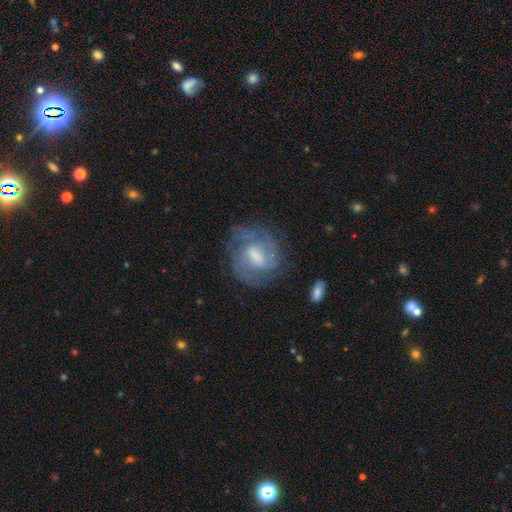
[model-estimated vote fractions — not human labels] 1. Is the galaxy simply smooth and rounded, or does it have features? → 77% featured or disk, 16% smooth, 7% star or artifact.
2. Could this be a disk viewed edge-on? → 97% no, 3% yes.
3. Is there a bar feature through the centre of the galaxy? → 55% weak, 25% strong, 20% no.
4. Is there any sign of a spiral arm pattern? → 91% yes, 9% no.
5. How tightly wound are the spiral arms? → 50% tight, 39% medium, 11% loose.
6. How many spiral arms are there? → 44% 2, 27% can't tell, 17% 3, 5% 4, 4% 1, 3% more than 4.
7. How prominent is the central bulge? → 46% moderate, 23% small, 16% large, 14% none, 2% dominant.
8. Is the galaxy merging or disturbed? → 70% none, 18% minor disturbance, 10% major disturbance, 2% merger.